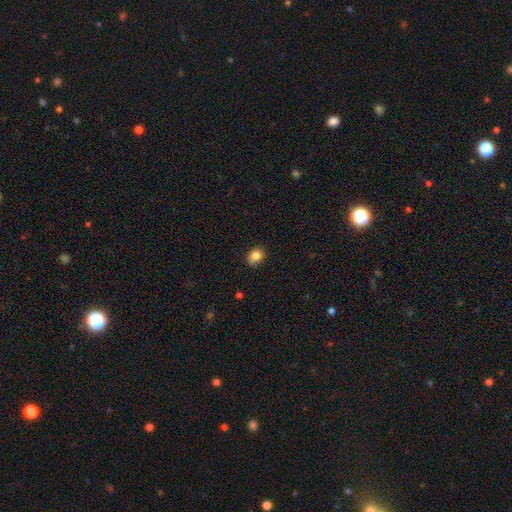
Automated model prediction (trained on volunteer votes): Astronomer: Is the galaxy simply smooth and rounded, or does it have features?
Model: smooth — 84%.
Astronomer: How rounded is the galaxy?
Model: in between — 51% (runner-up: round, 48%).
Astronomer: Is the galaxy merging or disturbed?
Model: none — 75%.